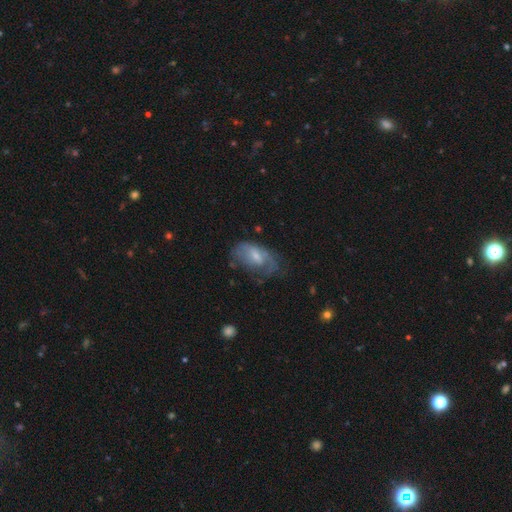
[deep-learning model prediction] smooth_or_featured: featured or disk (p=0.58) [alt: smooth p=0.34]
disk_edge_on: no (p=0.94) [alt: yes p=0.06]
bar: weak (p=0.48) [alt: no p=0.41]
has_spiral_arms: yes (p=0.71) [alt: no p=0.29]
bulge_size: small (p=0.44) [alt: moderate p=0.42]
merging: none (p=0.44) [alt: minor disturbance p=0.28]